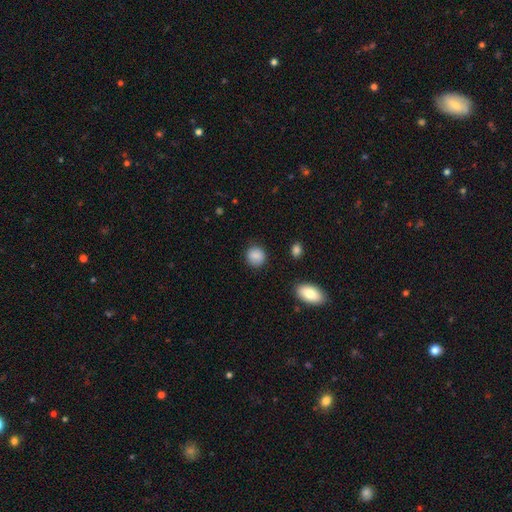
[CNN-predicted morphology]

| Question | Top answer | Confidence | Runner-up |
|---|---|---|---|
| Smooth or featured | smooth | 86% | star or artifact (8%) |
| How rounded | round | 81% | in between (18%) |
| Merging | none | 84% | minor disturbance (11%) |